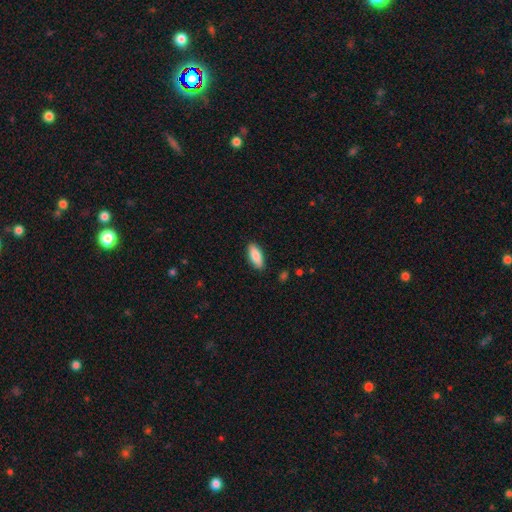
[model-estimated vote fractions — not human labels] Overall: smooth (85%). How rounded: in between (79%). Merging: none (89%).